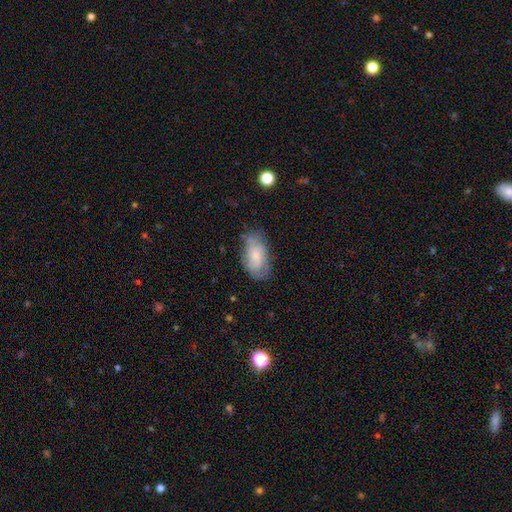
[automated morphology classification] smooth-or-featured: smooth: 60% | featured or disk: 32% | star or artifact: 7%
  how-rounded: in between: 92% | round: 5% | cigar-shaped: 2%
  merging: none: 60% | minor disturbance: 28% | major disturbance: 10% | merger: 2%